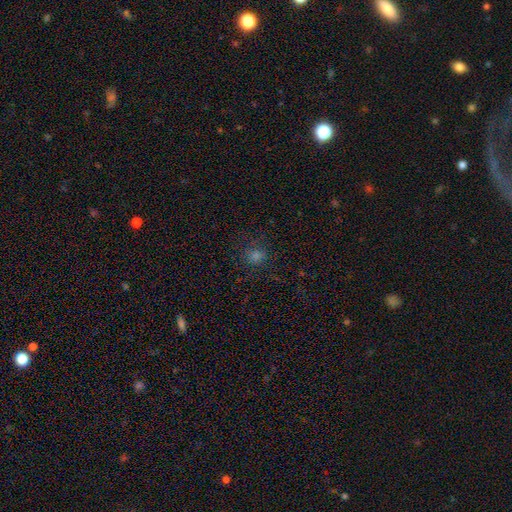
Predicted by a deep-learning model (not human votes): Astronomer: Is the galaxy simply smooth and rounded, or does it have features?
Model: smooth — 62%.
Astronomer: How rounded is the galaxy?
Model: round — 82%.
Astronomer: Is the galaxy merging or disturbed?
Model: none — 83%.